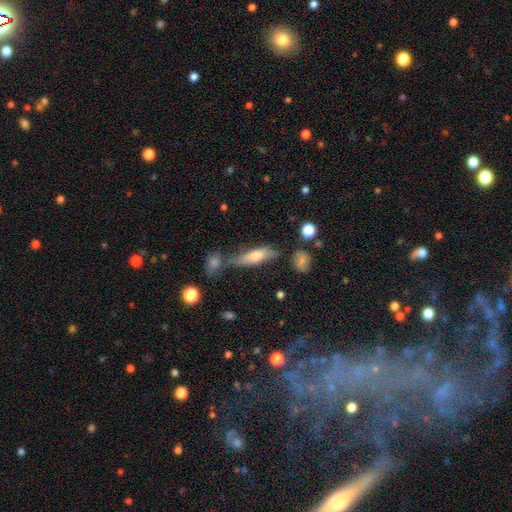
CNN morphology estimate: smooth-or-featured: smooth: 56% | featured or disk: 34% | star or artifact: 10%
  how-rounded: cigar-shaped: 58% | in between: 39% | round: 3%
  merging: none: 54% | minor disturbance: 20% | merger: 18% | major disturbance: 8%